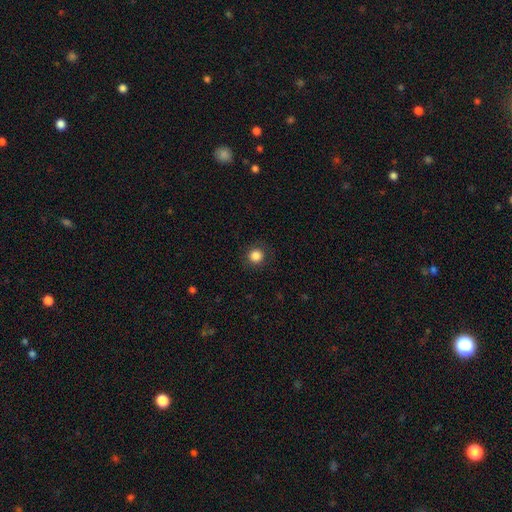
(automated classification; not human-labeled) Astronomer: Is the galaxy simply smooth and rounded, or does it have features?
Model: smooth — 85%.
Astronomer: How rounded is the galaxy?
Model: round — 94%.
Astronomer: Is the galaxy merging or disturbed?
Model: none — 90%.